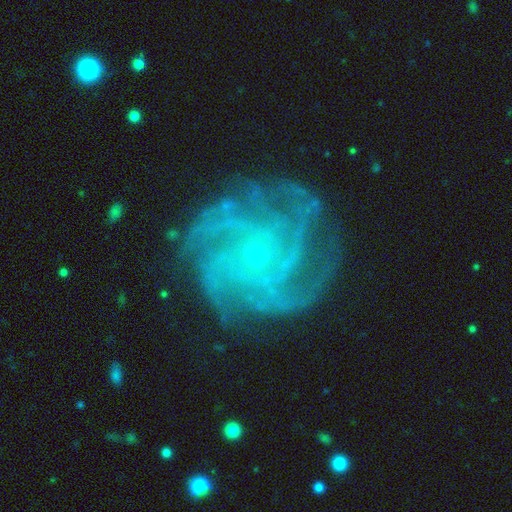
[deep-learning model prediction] A featured or disk galaxy (89%) with no bar (77%), 4 (32%) tight (63%) spiral arms (98%) and a small central bulge (84%). Merging: none (76%).